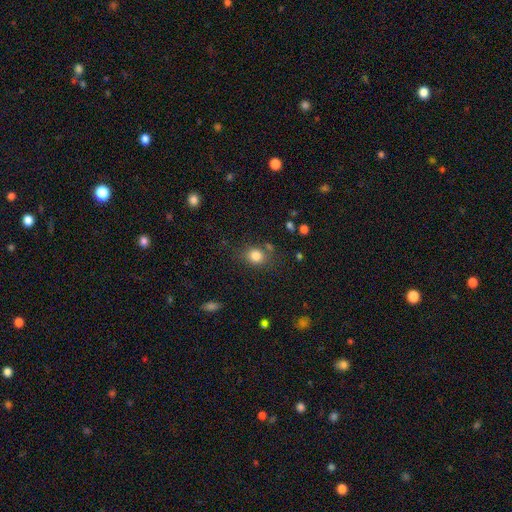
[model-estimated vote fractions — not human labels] This appears to be a smooth galaxy with no disk features (82%) that is round (64%). Merging: none (74%).